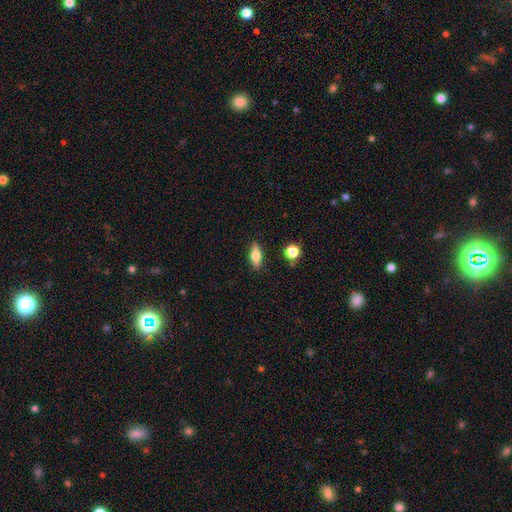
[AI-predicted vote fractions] The model was most divided on "smooth or featured": smooth: 62%, featured or disk: 30%, star or artifact: 8%. More confident: merging — none (86%); how rounded — in between (67%).